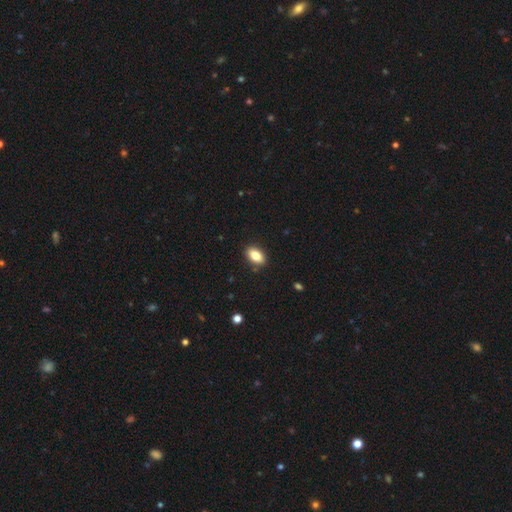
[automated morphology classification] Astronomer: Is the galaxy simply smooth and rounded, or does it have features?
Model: smooth — 81%.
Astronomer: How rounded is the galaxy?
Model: in between — 89%.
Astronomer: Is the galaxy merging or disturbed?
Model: none — 89%.